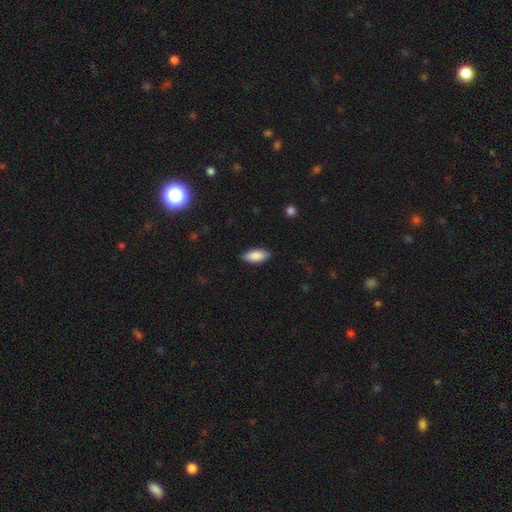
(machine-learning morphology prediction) This appears to be a smooth galaxy with no disk features (87%) that is in between round and cigar-shaped (87%). Merging: none (85%).